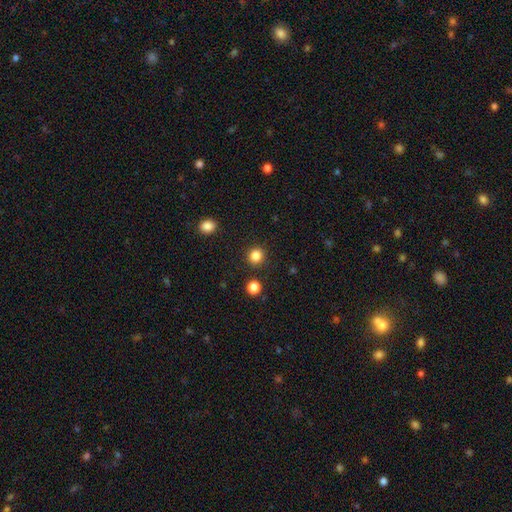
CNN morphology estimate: This appears to be a smooth galaxy with no disk features (84%) that is round (91%). Merging: none (90%).